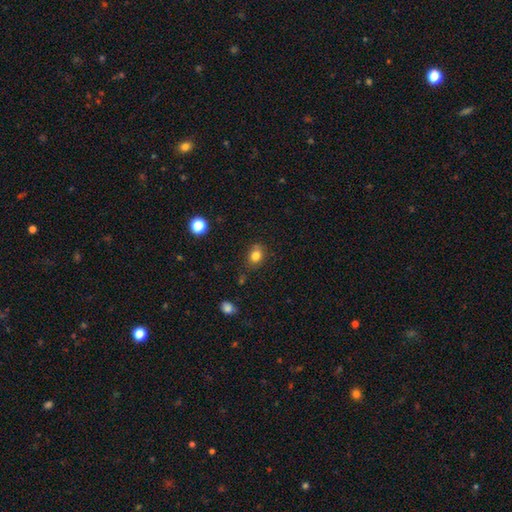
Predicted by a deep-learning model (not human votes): A smooth galaxy with no disk features (81%) that is round (58%).

Vote fractions:
- Smooth or featured? smooth: 81% / star or artifact: 12% / featured or disk: 7%
- How rounded? round: 58% / in between: 42% / cigar-shaped: 1%
- Merging? none: 76% / minor disturbance: 17% / merger: 4% / major disturbance: 4%